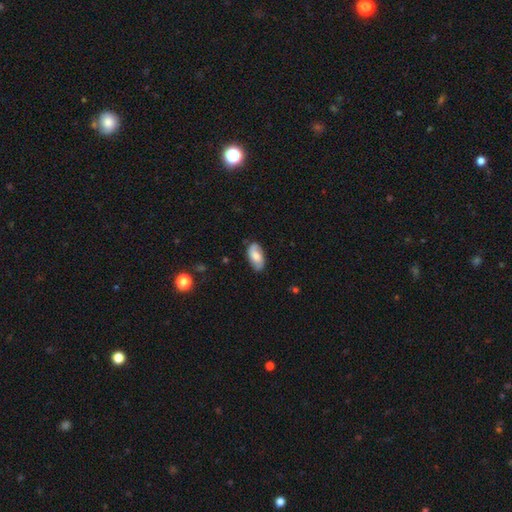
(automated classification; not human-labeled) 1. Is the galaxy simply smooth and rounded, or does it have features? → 51% smooth, 43% featured or disk, 7% star or artifact.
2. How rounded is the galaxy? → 93% in between, 4% cigar-shaped, 4% round.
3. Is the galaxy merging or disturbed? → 80% none, 16% minor disturbance, 3% major disturbance, 1% merger.